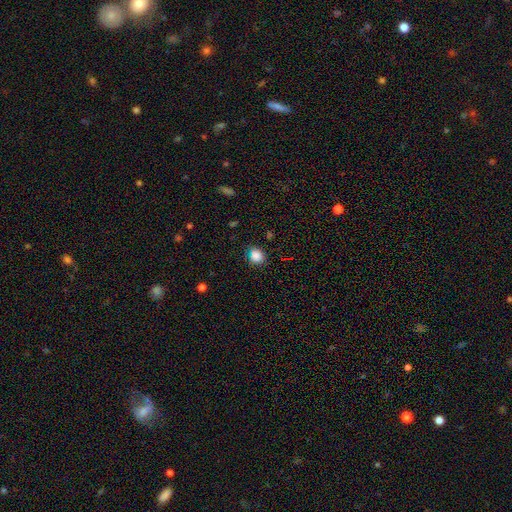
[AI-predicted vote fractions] This is clearly a smooth galaxy (85%). How rounded: likely round (62%). Merging: likely none (78%).